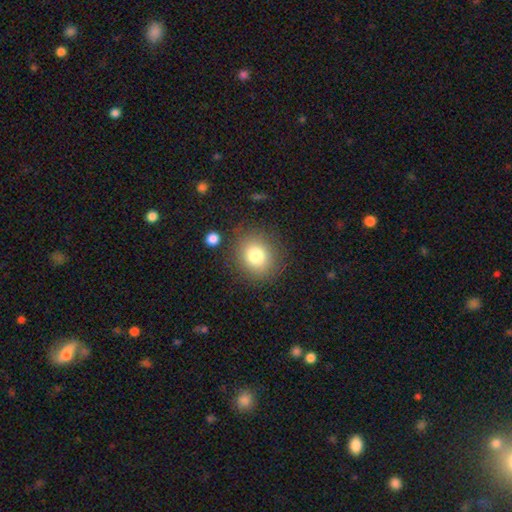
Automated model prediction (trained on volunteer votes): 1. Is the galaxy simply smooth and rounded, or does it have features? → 79% smooth, 11% star or artifact, 9% featured or disk.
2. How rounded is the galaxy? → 78% round, 21% in between, 1% cigar-shaped.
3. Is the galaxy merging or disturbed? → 83% none, 10% minor disturbance, 4% major disturbance, 3% merger.